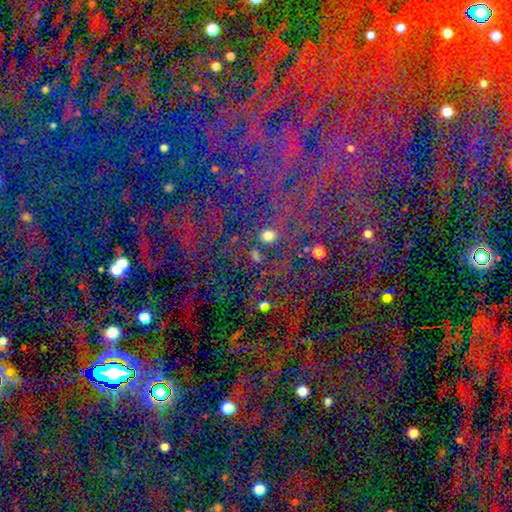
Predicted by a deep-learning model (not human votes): Q: Smooth or featured?
A: star or artifact (61%); runner-up: smooth (28%)